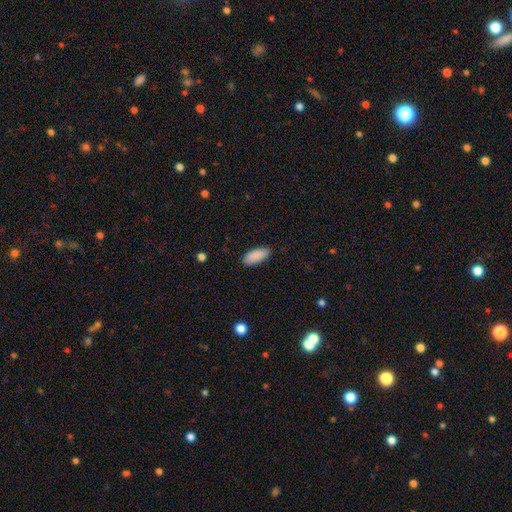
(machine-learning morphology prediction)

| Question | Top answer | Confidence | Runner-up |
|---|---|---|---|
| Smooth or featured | smooth | 90% | star or artifact (6%) |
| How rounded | in between | 87% | cigar-shaped (11%) |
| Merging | none | 86% | minor disturbance (11%) |